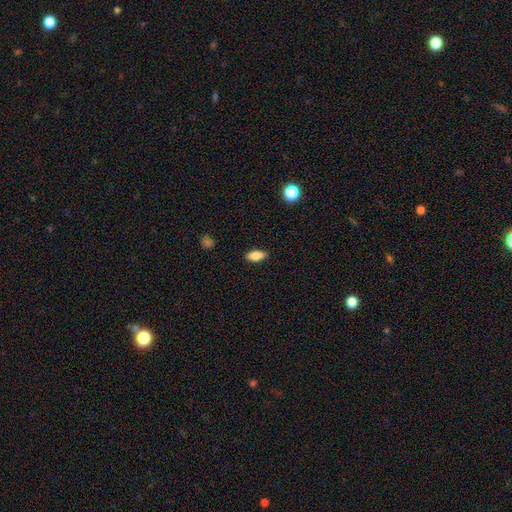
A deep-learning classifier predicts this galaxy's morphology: smooth-or-featured: smooth: 80% | featured or disk: 13% | star or artifact: 8%
  how-rounded: in between: 84% | cigar-shaped: 13% | round: 3%
  merging: none: 88% | minor disturbance: 9% | major disturbance: 2% | merger: 1%